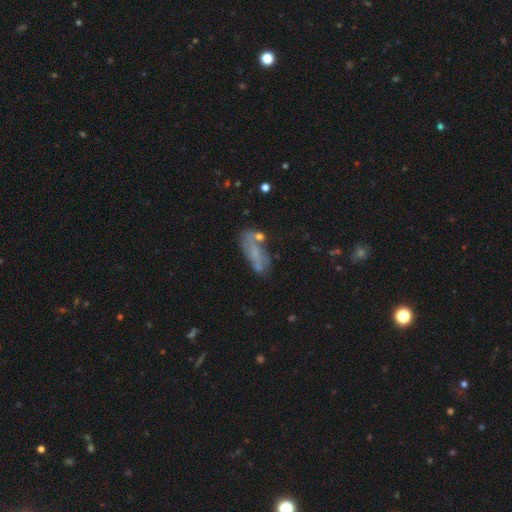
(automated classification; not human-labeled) Smooth or featured? smooth (45%)
Merging? none (48%)